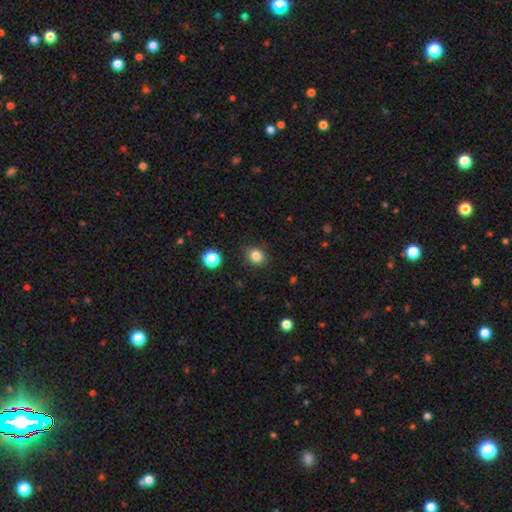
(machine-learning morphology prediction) Smooth or featured: smooth — 82% (star or artifact — 12%)
How rounded: round — 69% (in between — 31%)
Merging: none — 86% (minor disturbance — 10%)